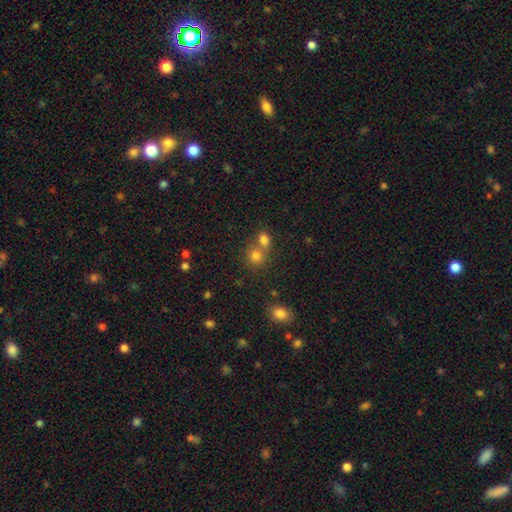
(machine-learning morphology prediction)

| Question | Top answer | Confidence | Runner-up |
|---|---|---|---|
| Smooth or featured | smooth | 77% | star or artifact (15%) |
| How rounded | round | 82% | in between (17%) |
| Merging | none | 46% | merger (45%) |